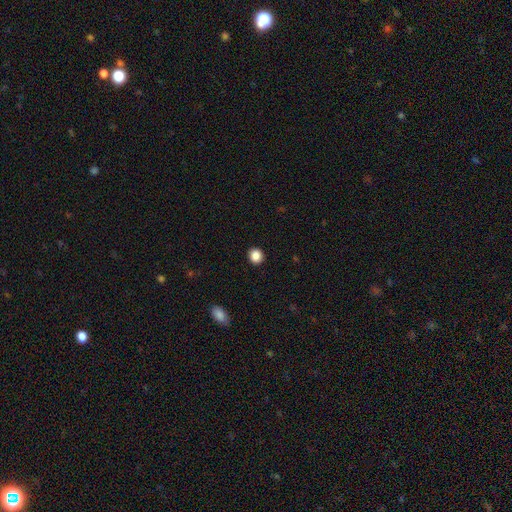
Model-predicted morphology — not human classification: Smooth or featured? Predicted: smooth (p=0.87). How rounded? Predicted: round (p=0.83). Merging? Predicted: none (p=0.92).